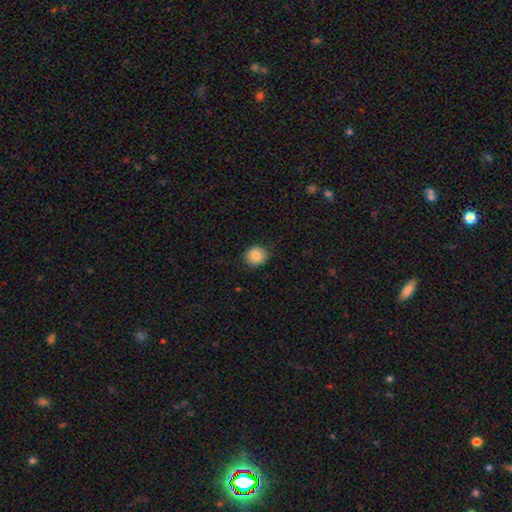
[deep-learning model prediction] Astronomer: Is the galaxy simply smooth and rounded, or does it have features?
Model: smooth — 84%.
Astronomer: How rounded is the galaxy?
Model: round — 87%.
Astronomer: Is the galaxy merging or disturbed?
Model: none — 87%.